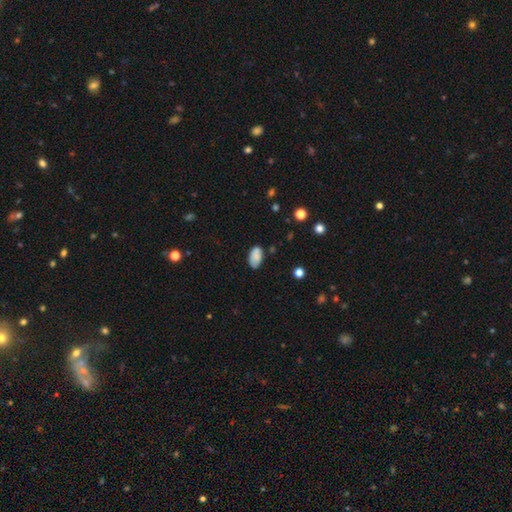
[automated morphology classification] type=smooth (86%); roundness=in between (94%); merging=none (73%).